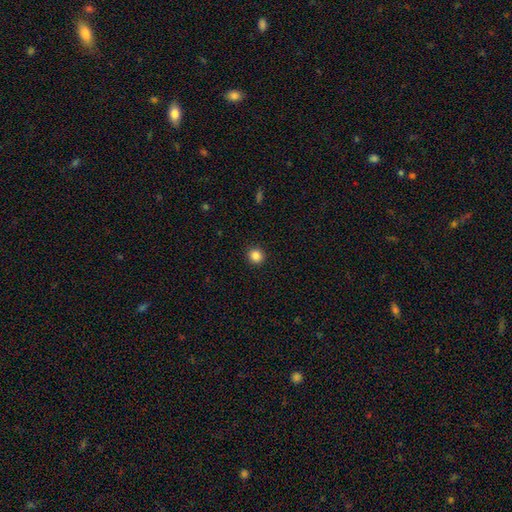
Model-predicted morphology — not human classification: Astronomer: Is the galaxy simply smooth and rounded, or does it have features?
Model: smooth — 85%.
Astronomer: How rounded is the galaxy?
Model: round — 91%.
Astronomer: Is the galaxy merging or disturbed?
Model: none — 93%.